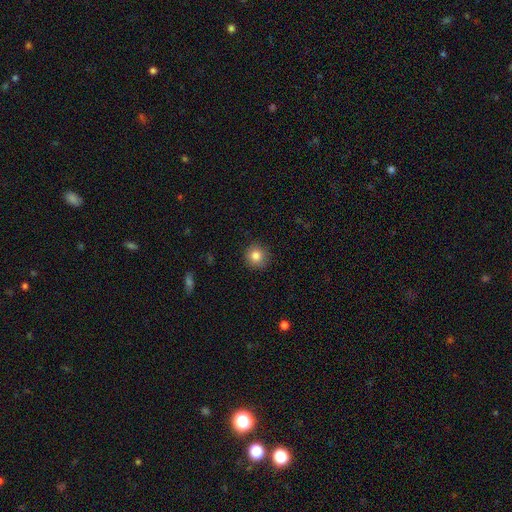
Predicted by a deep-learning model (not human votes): smooth 84%, star or artifact 10%, featured or disk 6%. Down the decision tree: how rounded — round (92%); merging — none (89%).